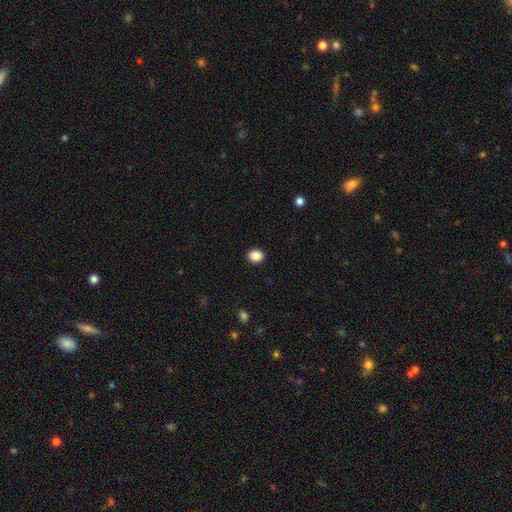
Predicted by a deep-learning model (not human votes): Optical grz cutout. It shows a smooth galaxy with no disk features (87%) that is round (67%). Merging: none (91%).